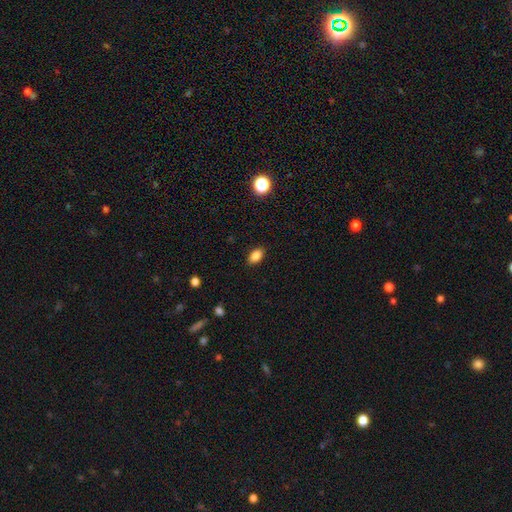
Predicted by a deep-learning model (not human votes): This is clearly a smooth galaxy (85%). How rounded: clearly in between (89%). Merging: clearly none (89%).